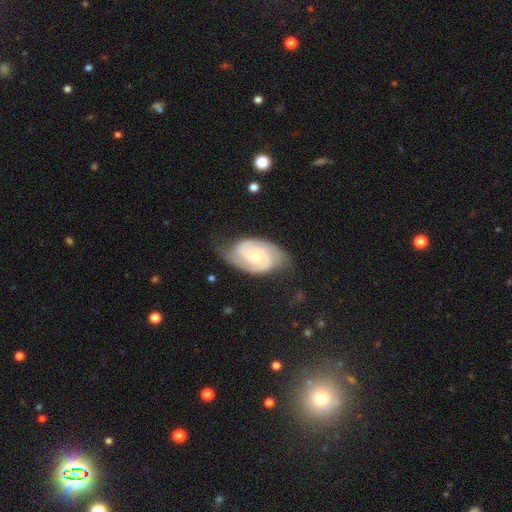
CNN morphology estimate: Smooth or featured: featured or disk — 81% (smooth — 13%)
Edge-on disk: no — 96% (yes — 4%)
Bar: no — 63% (weak — 30%)
Spiral arms: yes — 95% (no — 5%)
Spiral winding: tight — 48% (medium — 39%)
Spiral arm count: 2 — 80% (can't tell — 10%)
Bulge size: small — 57% (moderate — 39%)
Merging: none — 66% (minor disturbance — 23%)